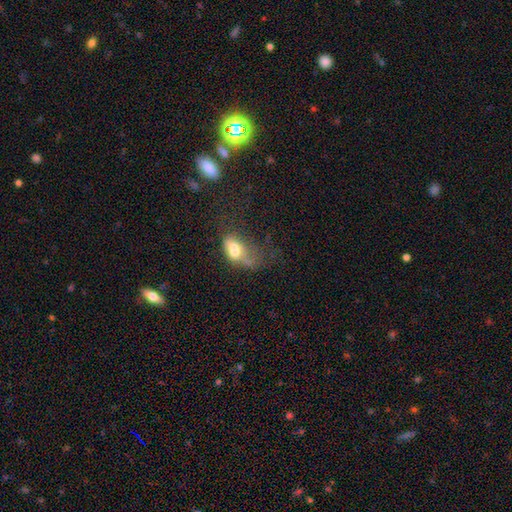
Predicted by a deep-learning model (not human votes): Q: Smooth or featured?
A: smooth (53%); runner-up: featured or disk (28%)
Q: How rounded?
A: in between (75%); runner-up: round (20%)
Q: Merging?
A: major disturbance (46%); runner-up: none (23%)